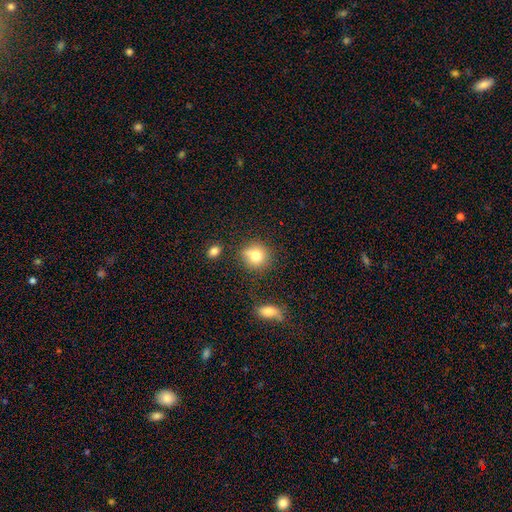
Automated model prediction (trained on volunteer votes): A smooth galaxy with no disk features (79%) that is round (84%). Merging: none (69%).